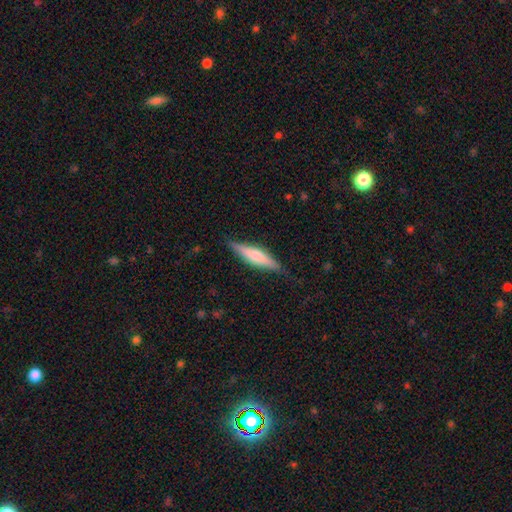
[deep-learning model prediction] The model was most divided on "smooth or featured": smooth: 54%, featured or disk: 40%, star or artifact: 6%. More confident: merging — none (84%); how rounded — cigar-shaped (78%).